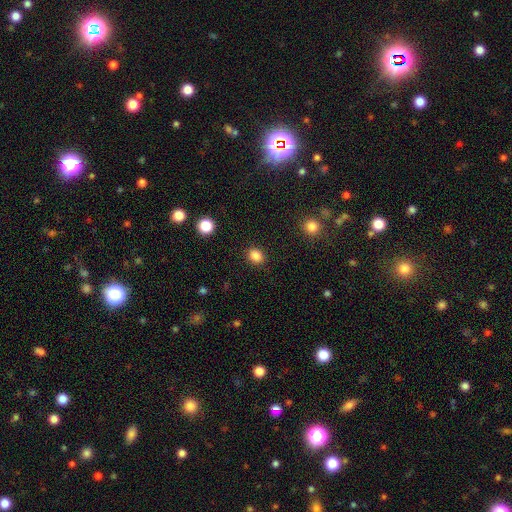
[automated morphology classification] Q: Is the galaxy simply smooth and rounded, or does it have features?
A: smooth — 86%.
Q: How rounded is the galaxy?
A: round — 57%.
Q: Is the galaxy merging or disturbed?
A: none — 89%.